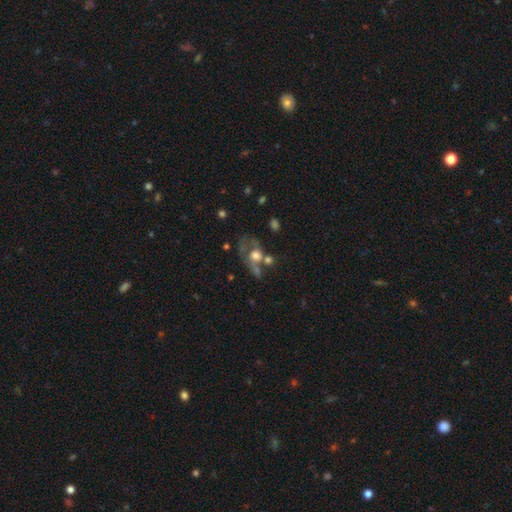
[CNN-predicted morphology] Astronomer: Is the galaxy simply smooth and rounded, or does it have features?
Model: smooth — 46% (runner-up: featured or disk, 41%).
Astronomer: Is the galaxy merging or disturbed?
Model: merger — 33% (runner-up: none, 27%).